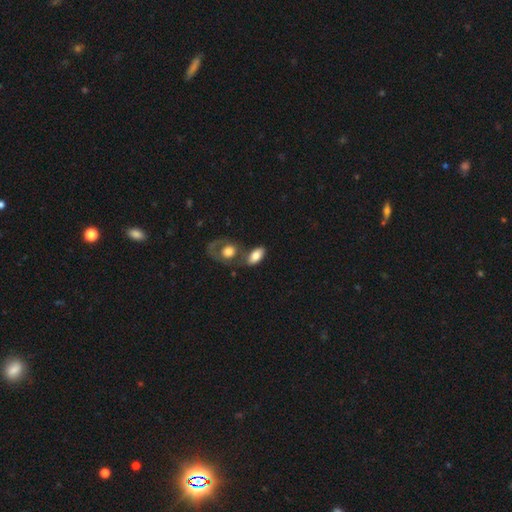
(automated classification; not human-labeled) This appears to be a smooth galaxy with no disk features (76%) that is in between round and cigar-shaped (89%). Merging: none (47%).